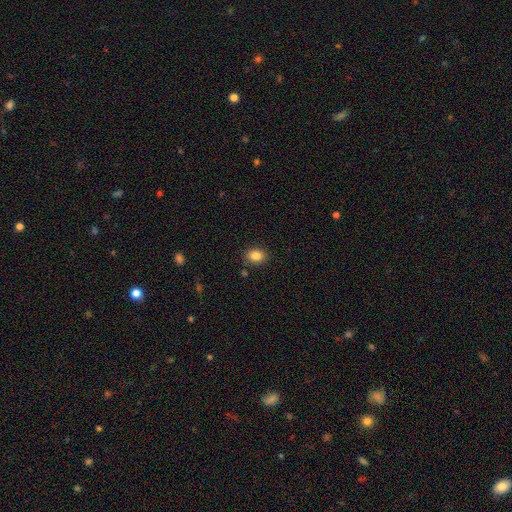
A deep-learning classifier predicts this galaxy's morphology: This is clearly a smooth galaxy (85%). How rounded: likely in between (64%). Merging: clearly none (86%).